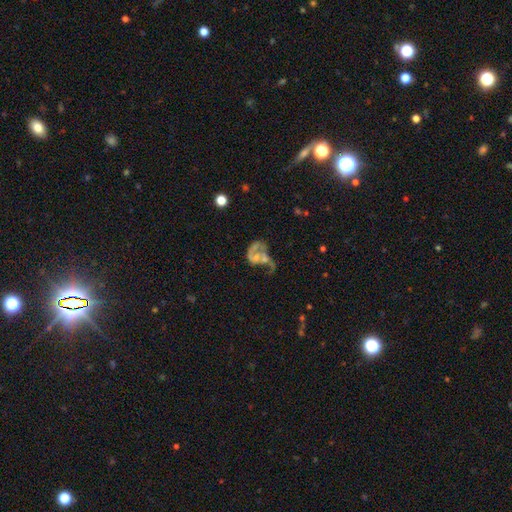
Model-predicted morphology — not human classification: featured or disk 69%, smooth 20%, star or artifact 11%. Down the decision tree: edge-on disk — no (98%); bar — no (77%); spiral arms — yes (62%); bulge size — none (41%); merging — major disturbance (39%).